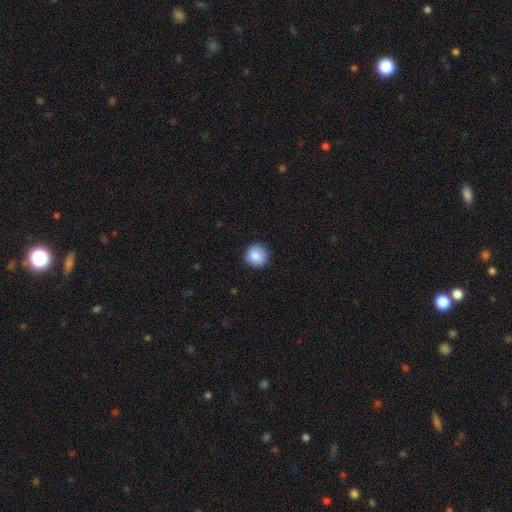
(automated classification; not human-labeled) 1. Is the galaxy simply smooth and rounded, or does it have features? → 88% smooth, 8% star or artifact, 4% featured or disk.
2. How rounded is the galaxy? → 93% round, 6% in between, 1% cigar-shaped.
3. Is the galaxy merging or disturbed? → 89% none, 8% minor disturbance, 2% major disturbance, 1% merger.